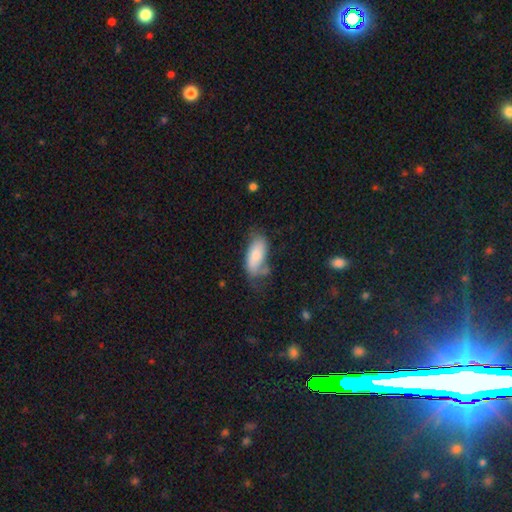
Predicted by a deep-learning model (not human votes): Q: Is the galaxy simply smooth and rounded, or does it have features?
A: smooth — 72%.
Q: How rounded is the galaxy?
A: in between — 88%.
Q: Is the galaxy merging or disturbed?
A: none — 37%.